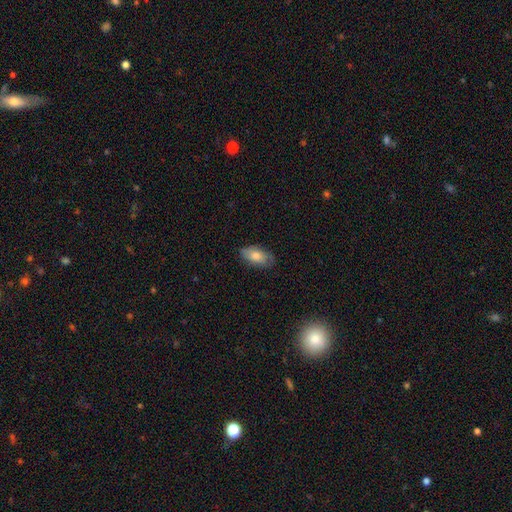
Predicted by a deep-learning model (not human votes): This appears to be a smooth galaxy with no disk features (72%) that is in between round and cigar-shaped (92%). Merging: none (81%).